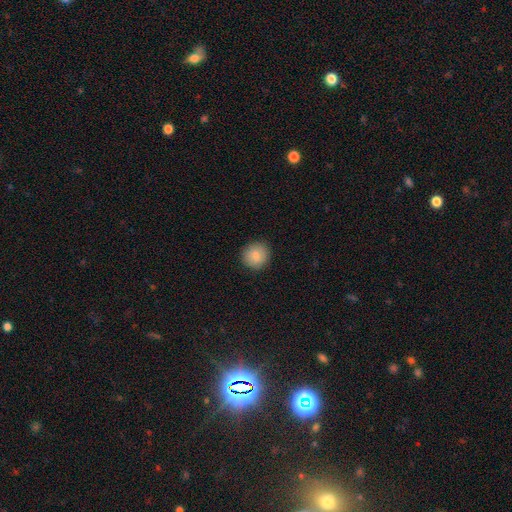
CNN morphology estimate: Smooth or featured?
  - smooth: 85% *
  - star or artifact: 8%
  - featured or disk: 7%
How rounded?
  - round: 90% *
  - in between: 9%
  - cigar-shaped: 1%
Merging?
  - none: 89% *
  - minor disturbance: 8%
  - major disturbance: 2%
  - merger: 1%